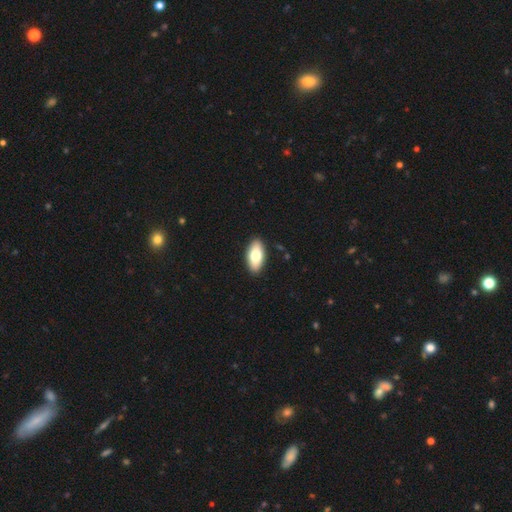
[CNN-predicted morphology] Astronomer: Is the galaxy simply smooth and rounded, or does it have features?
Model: smooth — 75%.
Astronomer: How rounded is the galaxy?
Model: in between — 89%.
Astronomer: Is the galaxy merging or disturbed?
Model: none — 91%.